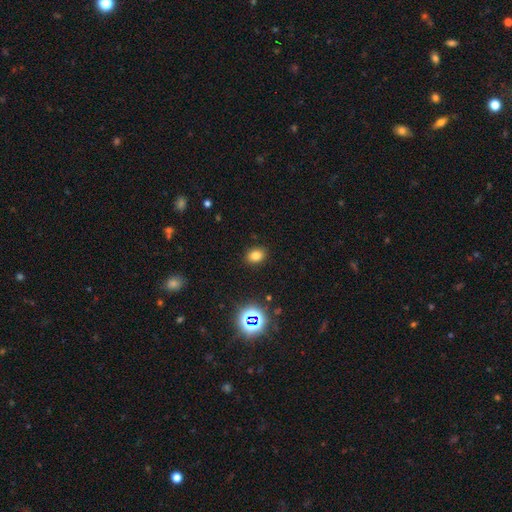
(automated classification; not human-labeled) Q: Smooth or featured?
A: smooth (77%); runner-up: star or artifact (17%)
Q: How rounded?
A: in between (59%); runner-up: round (40%)
Q: Merging?
A: none (89%); runner-up: minor disturbance (8%)